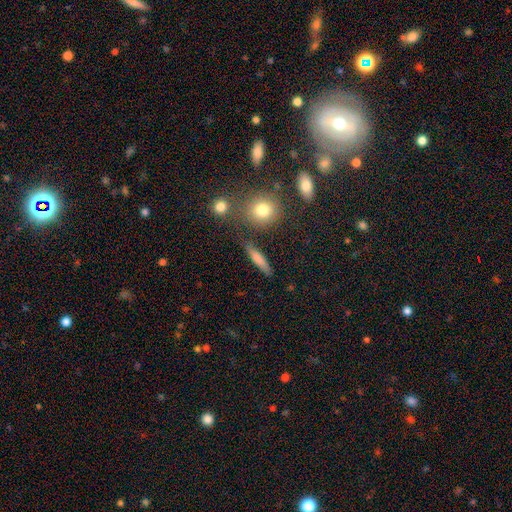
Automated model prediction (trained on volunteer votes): This is likely a smooth galaxy (70%). How rounded: likely cigar-shaped (77%). Merging: clearly none (80%).